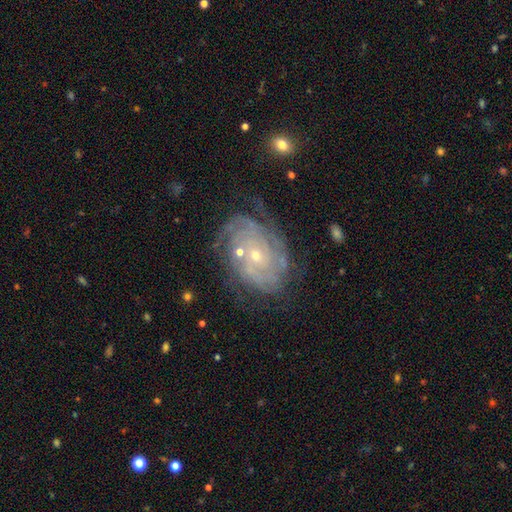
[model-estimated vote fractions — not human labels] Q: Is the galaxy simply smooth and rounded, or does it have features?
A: featured or disk — 85%.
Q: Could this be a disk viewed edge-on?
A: no — 97%.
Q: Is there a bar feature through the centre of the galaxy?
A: no — 78%.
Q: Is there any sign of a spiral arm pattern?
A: yes — 95%.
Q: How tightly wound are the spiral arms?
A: tight — 77%.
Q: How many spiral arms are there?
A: can't tell — 37%.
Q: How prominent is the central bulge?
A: small — 73%.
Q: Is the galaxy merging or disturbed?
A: none — 67%.